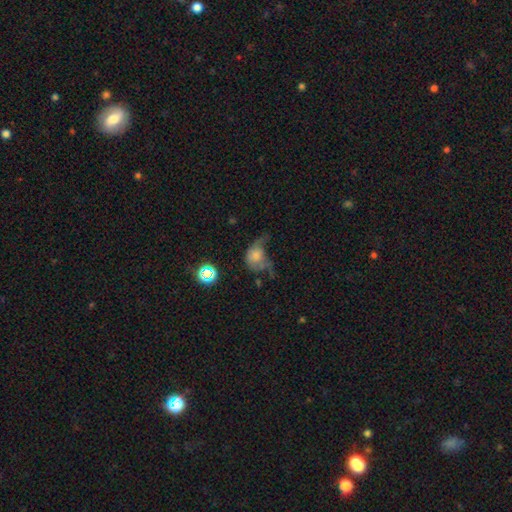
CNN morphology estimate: smooth 53%, featured or disk 33%, star or artifact 14%. Down the decision tree: how rounded — in between (50%); merging — major disturbance (54%).